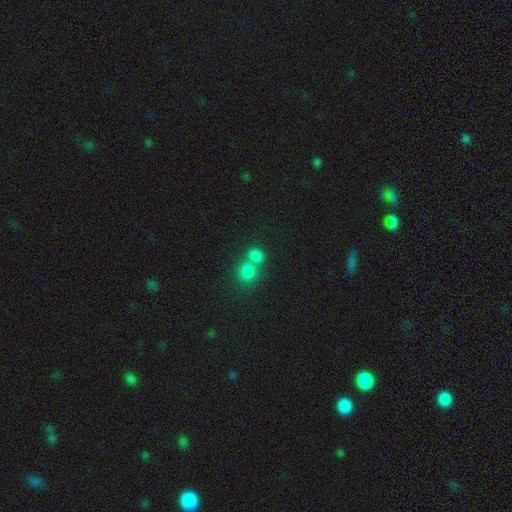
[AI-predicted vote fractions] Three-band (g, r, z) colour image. It shows a smooth galaxy with no disk features (78%) that is round (66%). Merging: merger (55%).